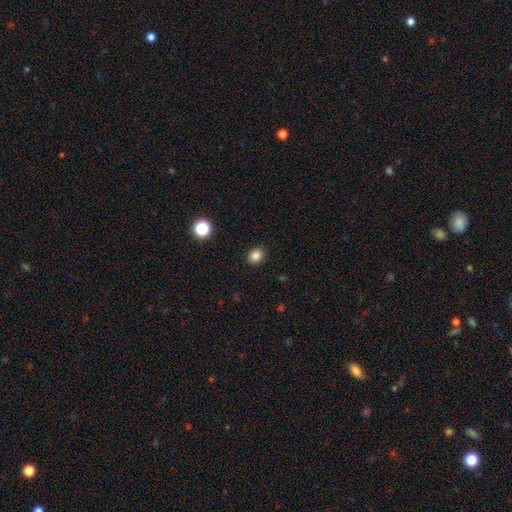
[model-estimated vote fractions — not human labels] A smooth galaxy with no disk features (84%) that is round (55%).

Vote fractions:
- Smooth or featured? smooth: 84% / star or artifact: 12% / featured or disk: 4%
- How rounded? round: 55% / in between: 44% / cigar-shaped: 1%
- Merging? none: 90% / minor disturbance: 7% / major disturbance: 2% / merger: 1%